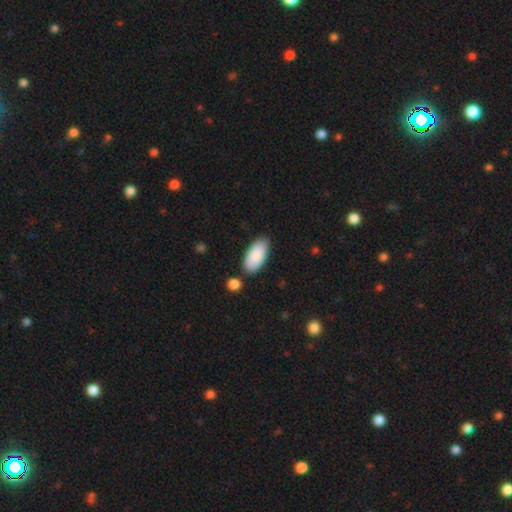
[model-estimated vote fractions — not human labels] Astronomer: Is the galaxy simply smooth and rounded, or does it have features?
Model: smooth — 89%.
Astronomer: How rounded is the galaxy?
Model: in between — 92%.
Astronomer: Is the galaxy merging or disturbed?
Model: none — 77%.